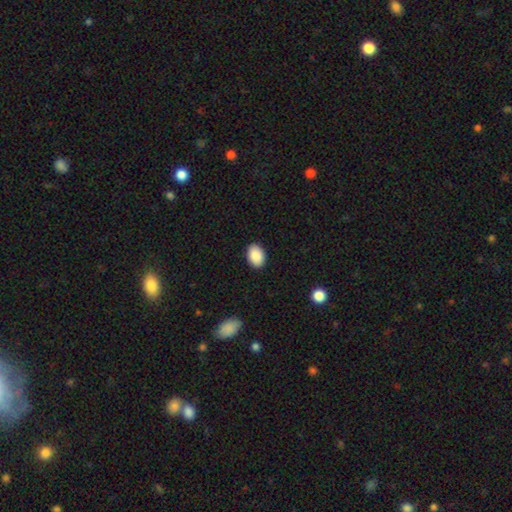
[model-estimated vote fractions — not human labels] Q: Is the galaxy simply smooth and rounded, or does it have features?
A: smooth — 90%.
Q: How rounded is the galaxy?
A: in between — 85%.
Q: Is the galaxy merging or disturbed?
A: none — 90%.